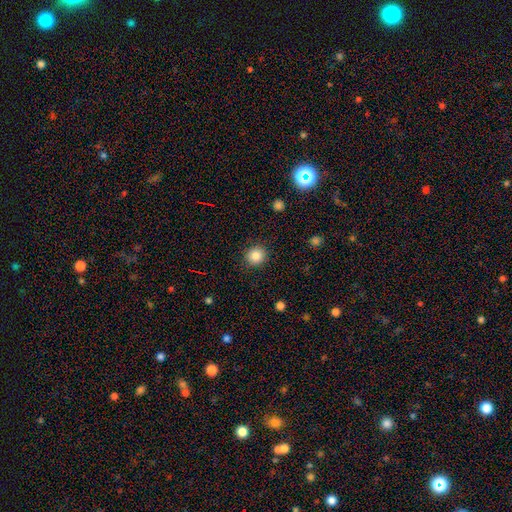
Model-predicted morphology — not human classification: smooth 84%, star or artifact 10%, featured or disk 5%. Down the decision tree: how rounded — round (91%); merging — none (89%).